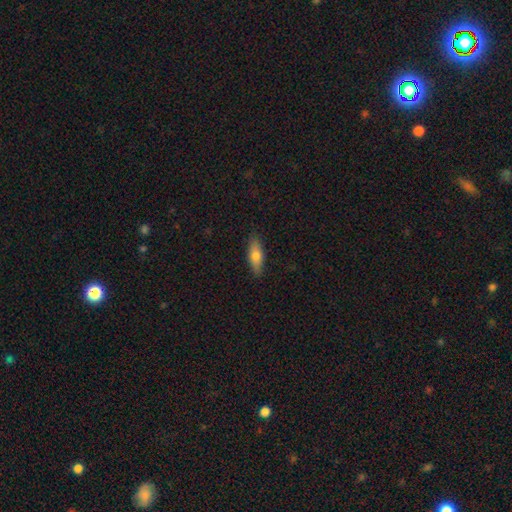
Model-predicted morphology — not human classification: Overall: smooth (70%). How rounded: in between (58%; cigar-shaped 39%). Merging: none (87%).